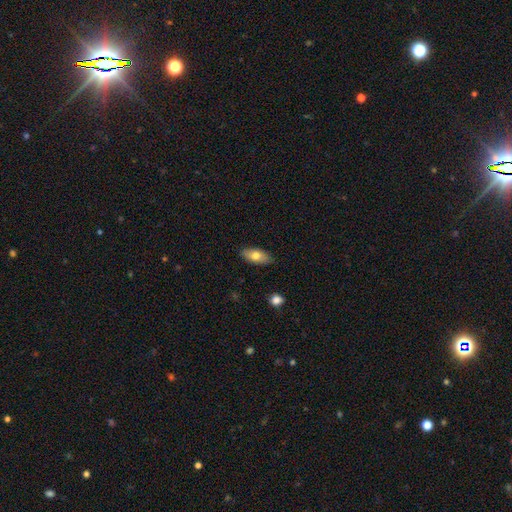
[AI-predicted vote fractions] Smooth or featured? Predicted: smooth (p=0.73). How rounded? Predicted: in between (p=0.88). Merging? Predicted: none (p=0.85).